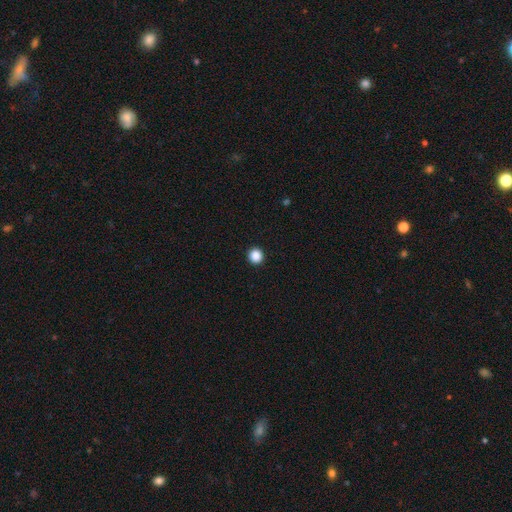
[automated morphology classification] This appears to be a smooth galaxy with no disk features (88%) that is round (93%). Merging: none (94%).